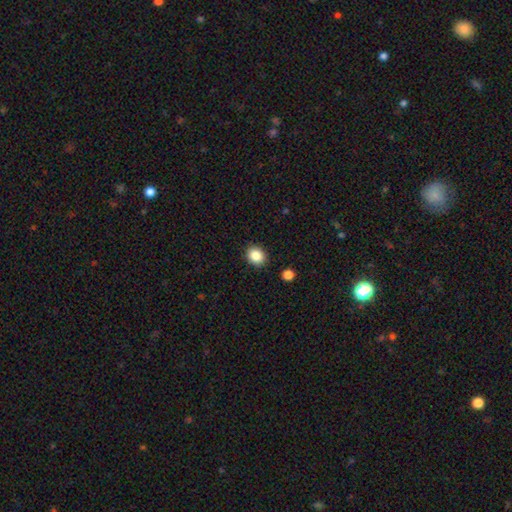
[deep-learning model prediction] Smooth or featured? smooth (86%)
How rounded? round (63%)
Merging? none (89%)